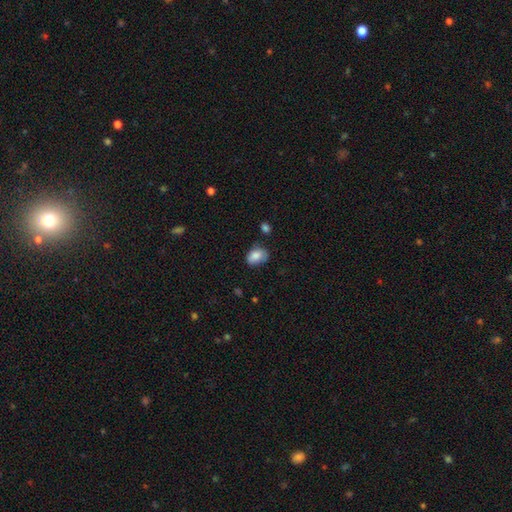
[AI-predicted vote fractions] This is clearly a smooth galaxy (83%). How rounded: likely in between (76%). Merging: likely none (62%).